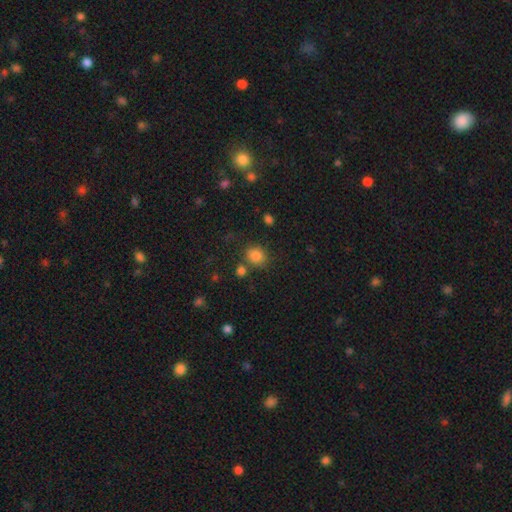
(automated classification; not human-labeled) This is clearly a smooth galaxy (83%). How rounded: likely round (68%). Merging: likely none (72%).